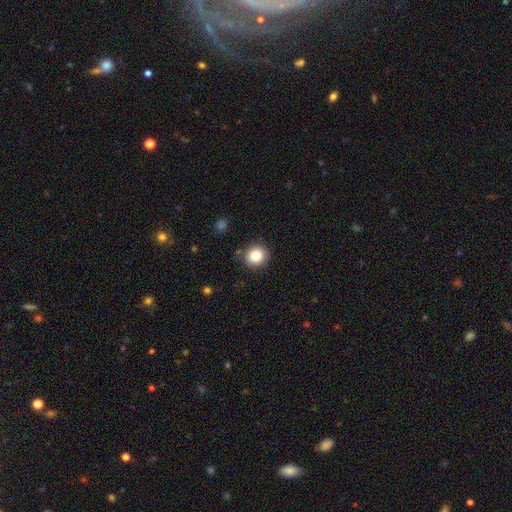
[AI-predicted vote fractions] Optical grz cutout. It shows a smooth galaxy with no disk features (84%) that is round (86%). Merging: none (86%).